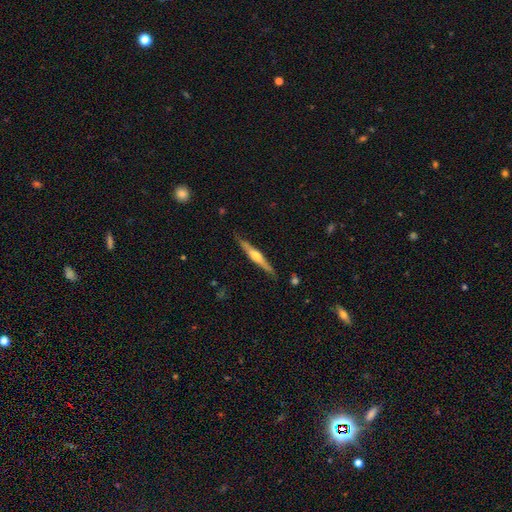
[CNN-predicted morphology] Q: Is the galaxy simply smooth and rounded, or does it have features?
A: featured or disk — 68%.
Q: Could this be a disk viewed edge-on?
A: yes — 97%.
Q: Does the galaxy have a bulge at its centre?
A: rounded — 87%.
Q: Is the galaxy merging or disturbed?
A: none — 85%.